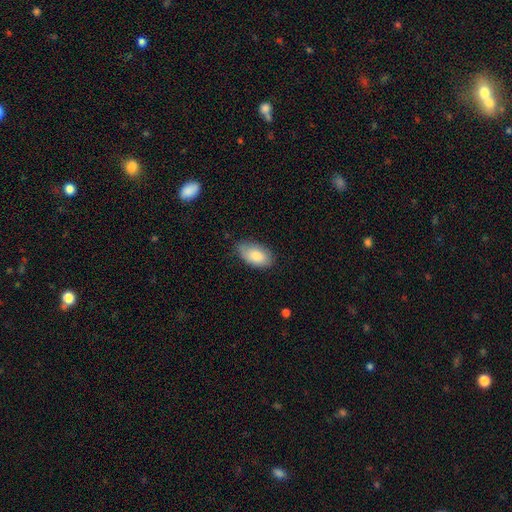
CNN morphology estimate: Smooth or featured? smooth (82%)
How rounded? in between (94%)
Merging? none (70%)